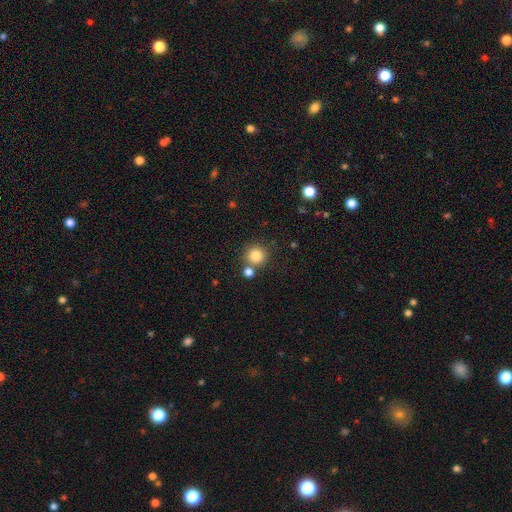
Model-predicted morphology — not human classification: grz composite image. It shows a smooth galaxy with no disk features (83%) that is round (93%). Merging: none (73%).